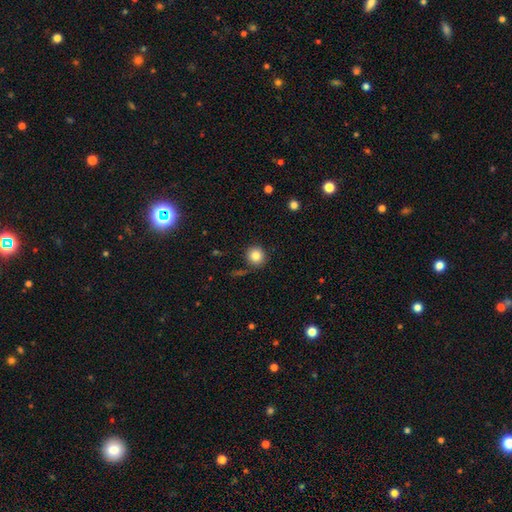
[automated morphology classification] smooth_or_featured: smooth (p=0.83) [alt: star or artifact p=0.11]
how_rounded: round (p=0.93) [alt: in between p=0.06]
merging: none (p=0.86) [alt: minor disturbance p=0.08]